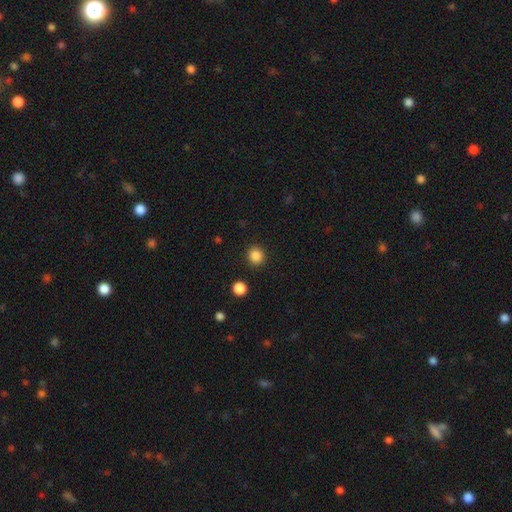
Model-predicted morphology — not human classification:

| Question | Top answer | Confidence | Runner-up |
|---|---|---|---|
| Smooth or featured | smooth | 86% | star or artifact (11%) |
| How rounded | round | 92% | in between (7%) |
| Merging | none | 91% | minor disturbance (5%) |